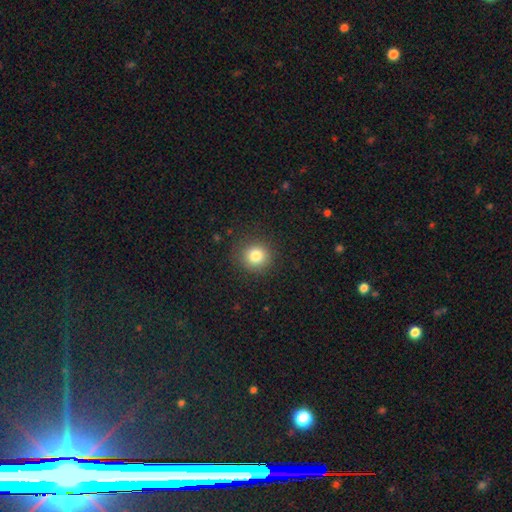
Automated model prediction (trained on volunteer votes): Smooth or featured? smooth (83%)
How rounded? round (90%)
Merging? none (88%)